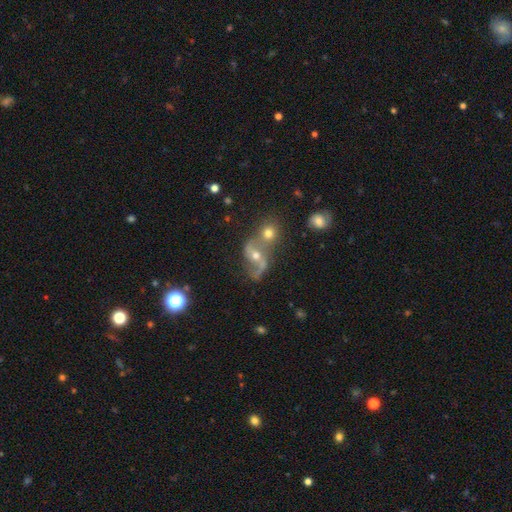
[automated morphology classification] This appears to be a featured or disk galaxy (67%) with no bar (48%), 2 (86%) loose (71%) spiral arms (84%) and a moderate central bulge (63%). Merging: merger (44%).